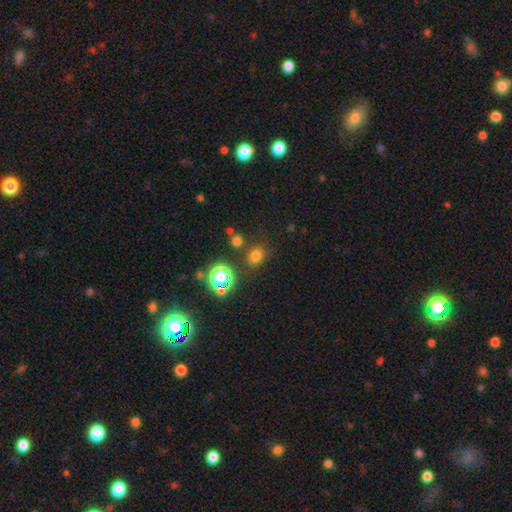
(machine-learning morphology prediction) Smooth or featured? smooth (71%)
How rounded? round (58%)
Merging? none (81%)